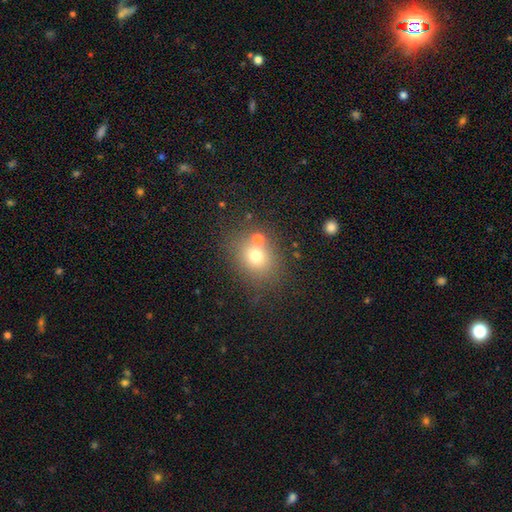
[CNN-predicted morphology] A smooth galaxy with no disk features (69%) that is round (63%).

Vote fractions:
- Smooth or featured? smooth: 69% / star or artifact: 16% / featured or disk: 15%
- How rounded? round: 63% / in between: 36% / cigar-shaped: 1%
- Merging? none: 64% / merger: 21% / minor disturbance: 11% / major disturbance: 5%